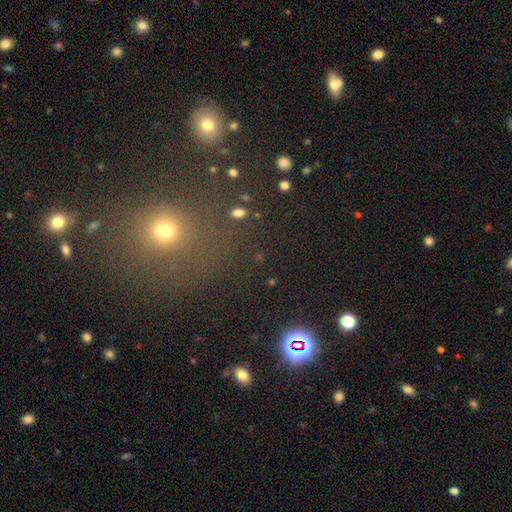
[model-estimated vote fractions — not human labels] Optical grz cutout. It shows a star or artifact, not a galaxy (52%).